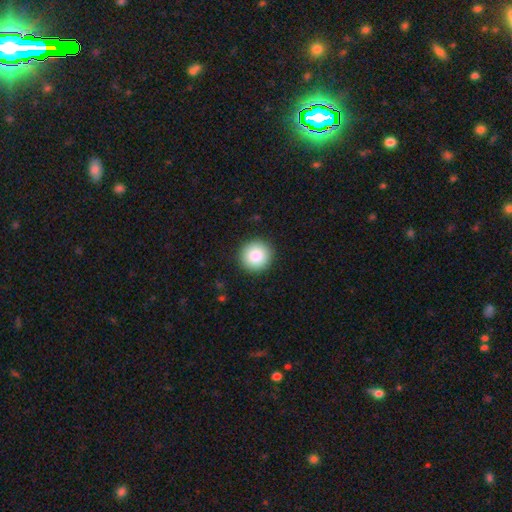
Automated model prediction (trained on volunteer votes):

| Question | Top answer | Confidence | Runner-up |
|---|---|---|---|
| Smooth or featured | smooth | 86% | star or artifact (8%) |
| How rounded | round | 95% | in between (4%) |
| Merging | none | 92% | minor disturbance (5%) |